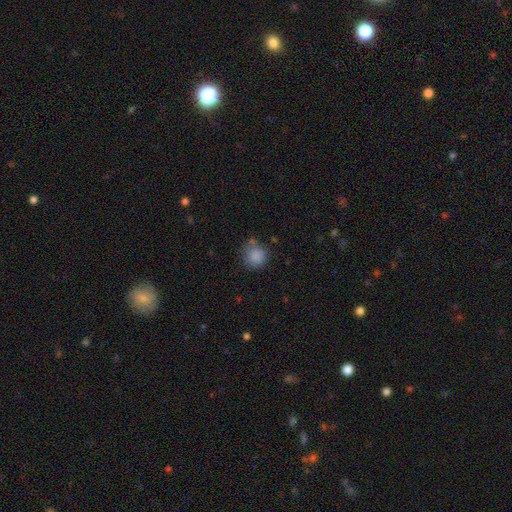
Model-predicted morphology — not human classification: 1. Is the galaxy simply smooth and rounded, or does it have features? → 85% smooth, 10% star or artifact, 5% featured or disk.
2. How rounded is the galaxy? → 88% round, 11% in between, 1% cigar-shaped.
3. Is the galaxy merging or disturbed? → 66% none, 20% minor disturbance, 7% merger, 7% major disturbance.